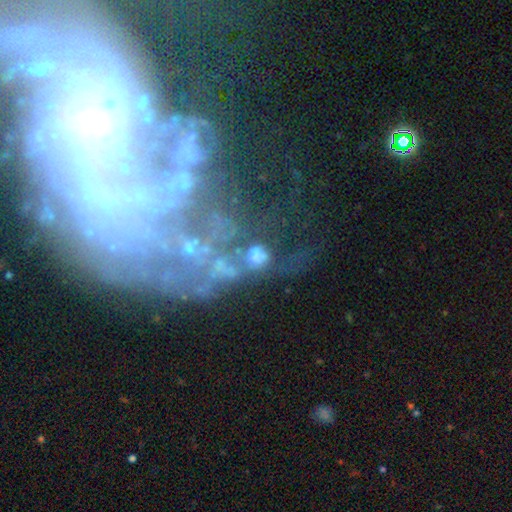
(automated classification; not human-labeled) Smooth or featured? Predicted: featured or disk (p=0.48). Merging? Predicted: none (p=0.33).